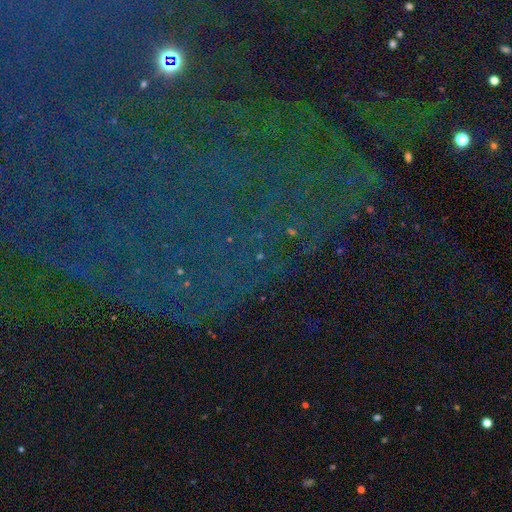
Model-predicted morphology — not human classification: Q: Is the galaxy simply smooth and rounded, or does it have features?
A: star or artifact — 86%.